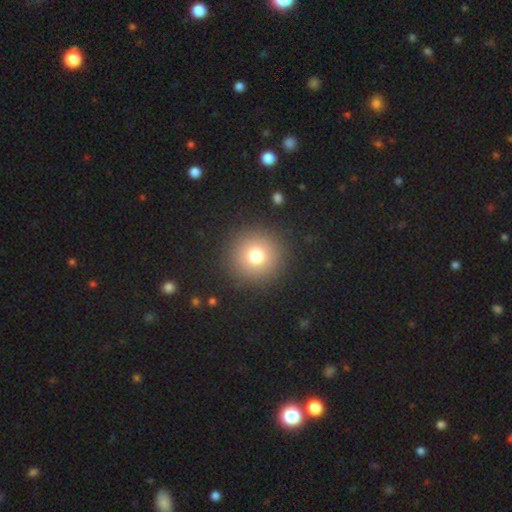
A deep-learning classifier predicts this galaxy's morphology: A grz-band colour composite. It shows a smooth galaxy with no disk features (75%) that is round (96%). Merging: none (91%).